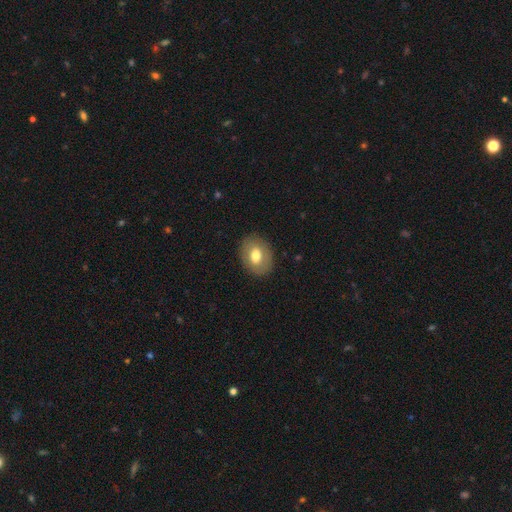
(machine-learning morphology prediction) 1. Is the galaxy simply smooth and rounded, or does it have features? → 69% smooth, 23% featured or disk, 8% star or artifact.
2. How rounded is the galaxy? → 66% in between, 33% round, 1% cigar-shaped.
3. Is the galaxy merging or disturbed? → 86% none, 10% minor disturbance, 3% major disturbance, 1% merger.